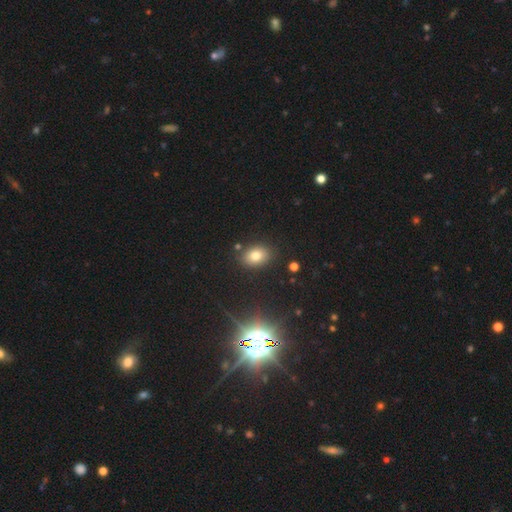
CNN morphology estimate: Smooth or featured? Predicted: smooth (p=0.75). How rounded? Predicted: in between (p=0.74). Merging? Predicted: none (p=0.84).